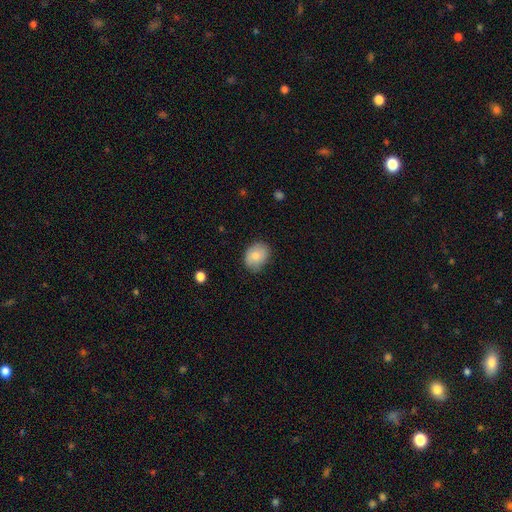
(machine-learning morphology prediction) The model was most divided on "how rounded": in between: 58%, round: 41%, cigar-shaped: 1%. More confident: smooth or featured — smooth (79%); merging — none (75%).